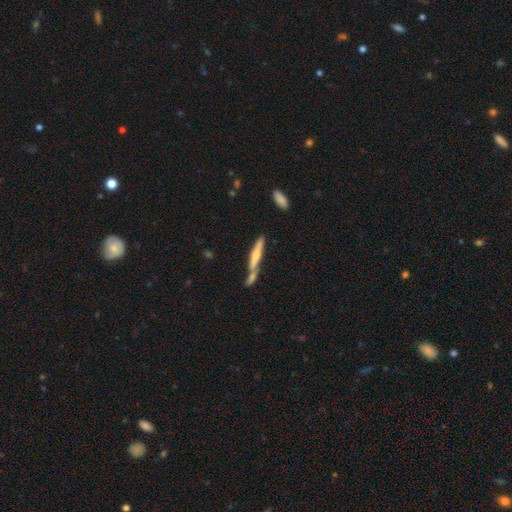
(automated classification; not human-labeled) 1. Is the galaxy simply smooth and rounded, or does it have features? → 48% smooth, 46% featured or disk, 6% star or artifact.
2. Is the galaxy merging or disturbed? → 47% none, 33% merger, 14% minor disturbance, 5% major disturbance.